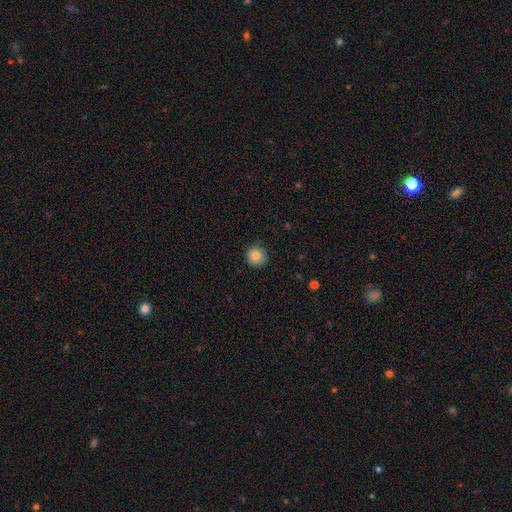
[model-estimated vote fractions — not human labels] Smooth or featured: smooth — 85% (star or artifact — 9%)
How rounded: round — 93% (in between — 6%)
Merging: none — 82% (minor disturbance — 14%)